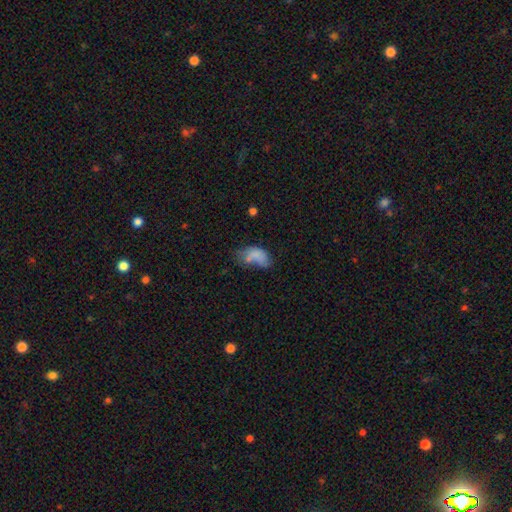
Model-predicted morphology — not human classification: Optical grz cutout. It shows a smooth galaxy with no disk features (71%) that is in between round and cigar-shaped (91%). Merging: none (28%).